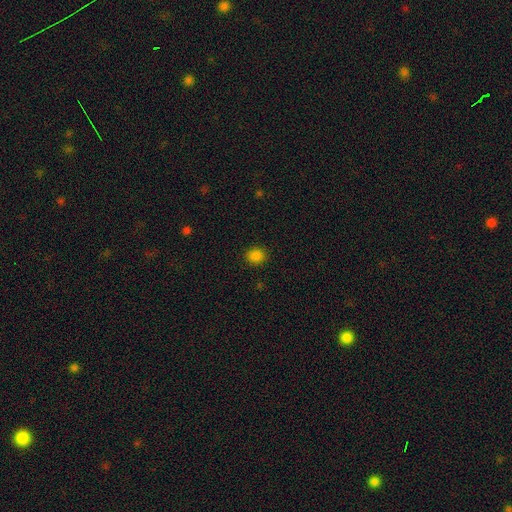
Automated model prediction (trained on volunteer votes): Overall: smooth (84%). How rounded: round (65%; in between 34%). Merging: none (89%).